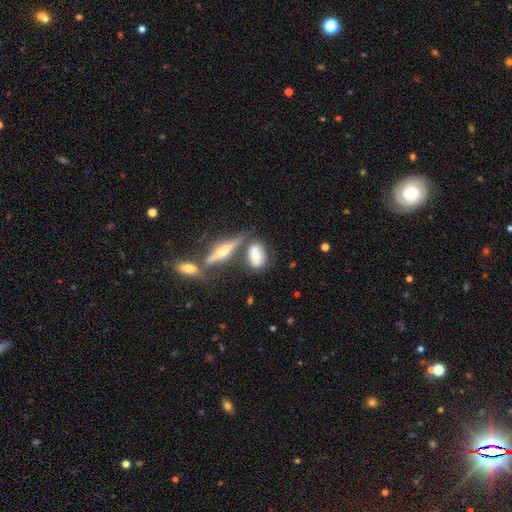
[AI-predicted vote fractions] smooth-or-featured: smooth: 60% | featured or disk: 32% | star or artifact: 8%
  how-rounded: in between: 78% | round: 12% | cigar-shaped: 10%
  merging: none: 50% | merger: 29% | minor disturbance: 15% | major disturbance: 6%